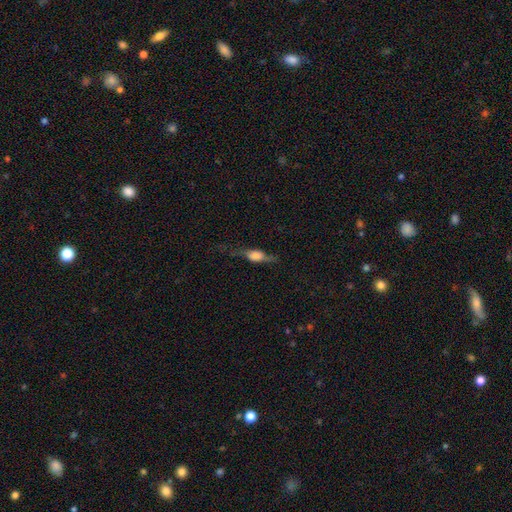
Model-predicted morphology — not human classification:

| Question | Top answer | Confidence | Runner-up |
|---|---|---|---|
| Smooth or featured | featured or disk | 52% | smooth (40%) |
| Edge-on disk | yes | 87% | no (13%) |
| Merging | none | 60% | minor disturbance (23%) |